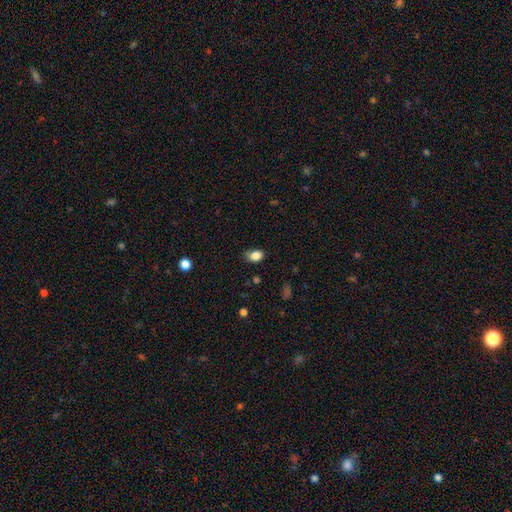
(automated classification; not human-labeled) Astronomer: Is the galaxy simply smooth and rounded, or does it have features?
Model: smooth — 85%.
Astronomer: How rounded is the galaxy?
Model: in between — 79%.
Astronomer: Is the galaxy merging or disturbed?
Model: none — 67%.